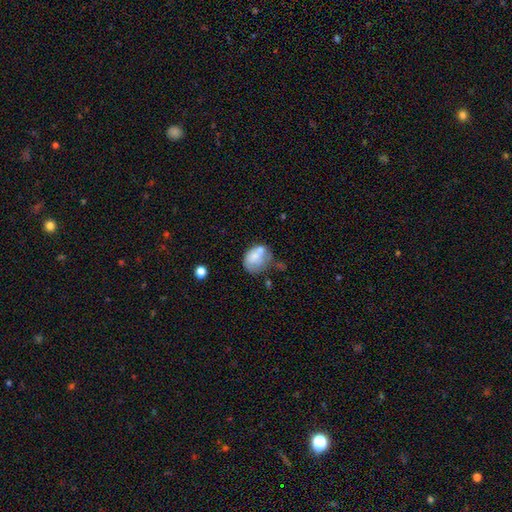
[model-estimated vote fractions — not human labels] smooth-or-featured: smooth: 66% | featured or disk: 25% | star or artifact: 9%
  how-rounded: in between: 62% | round: 37% | cigar-shaped: 1%
  merging: merger: 29% (tied) | none: 29% (tied) | minor disturbance: 24% | major disturbance: 18%